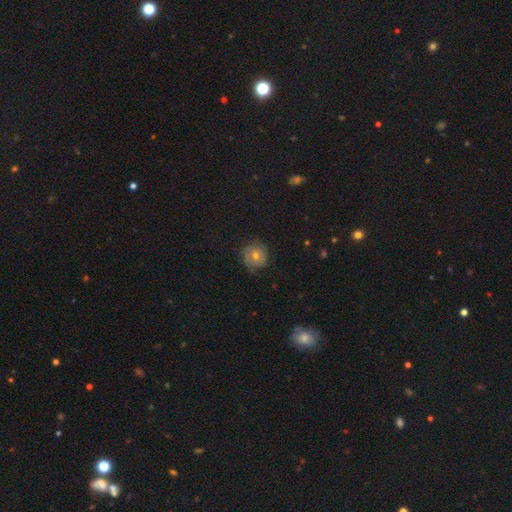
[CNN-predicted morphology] A featured or disk galaxy (43%, tied with smooth). Merging: none (78%).